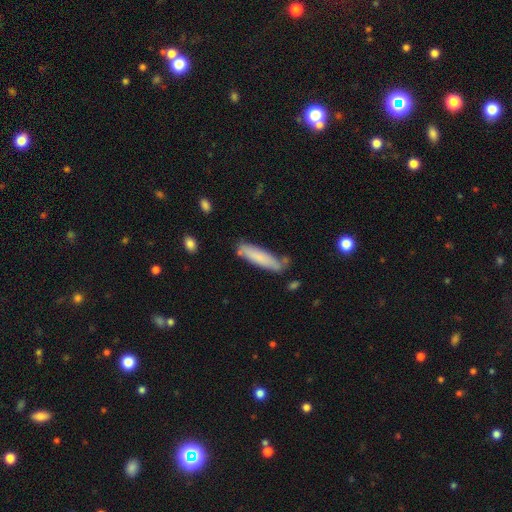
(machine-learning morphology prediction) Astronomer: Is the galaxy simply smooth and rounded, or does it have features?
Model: smooth — 71%.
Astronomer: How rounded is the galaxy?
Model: cigar-shaped — 77%.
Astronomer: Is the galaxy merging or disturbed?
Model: none — 70%.